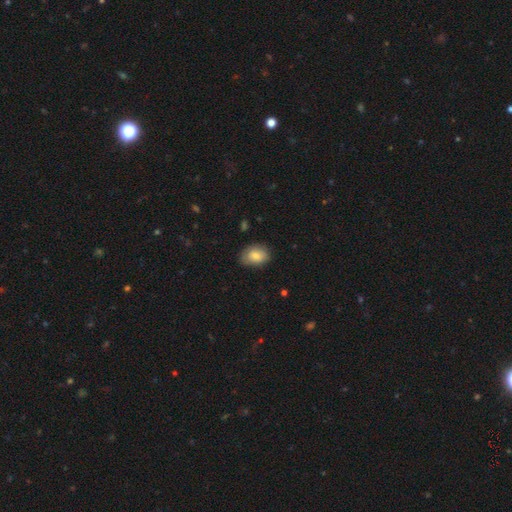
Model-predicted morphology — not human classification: Smooth or featured: smooth — 80% (featured or disk — 12%)
How rounded: in between — 75% (round — 24%)
Merging: none — 75% (minor disturbance — 20%)